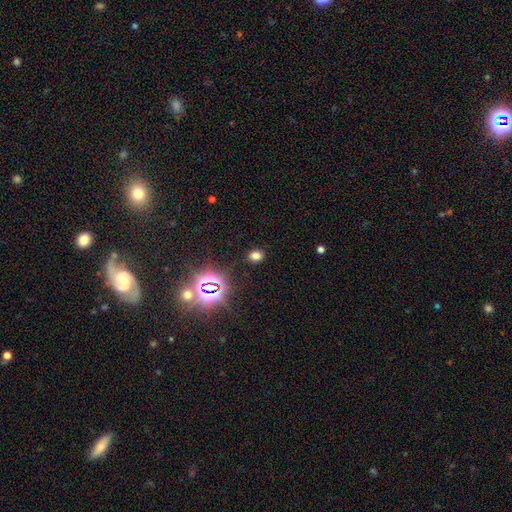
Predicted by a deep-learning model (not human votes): smooth-or-featured: smooth: 67% | star or artifact: 27% | featured or disk: 6%
  how-rounded: in between: 57% | round: 42% | cigar-shaped: 1%
  merging: none: 85% | minor disturbance: 10% | major disturbance: 4% | merger: 2%